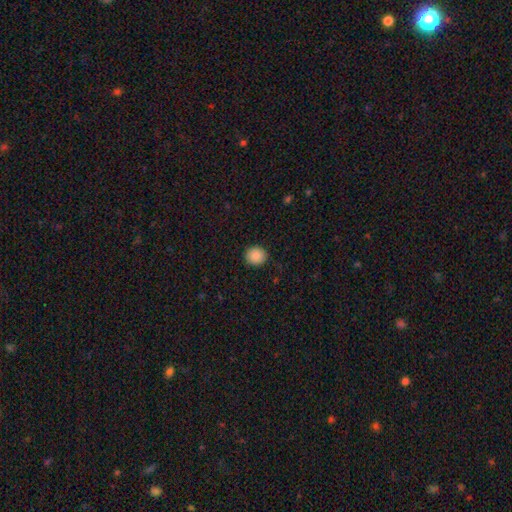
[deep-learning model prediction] Morphology: type=smooth (88%); roundness=round (87%); merging=none (91%).